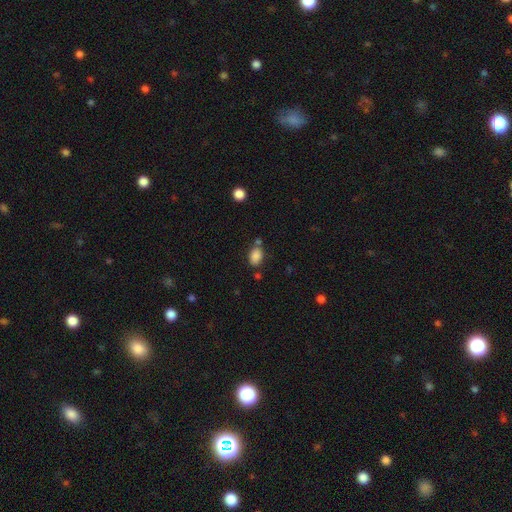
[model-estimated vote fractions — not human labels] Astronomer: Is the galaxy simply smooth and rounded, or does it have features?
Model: smooth — 86%.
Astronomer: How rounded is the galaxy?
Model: in between — 83%.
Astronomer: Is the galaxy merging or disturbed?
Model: none — 69%.